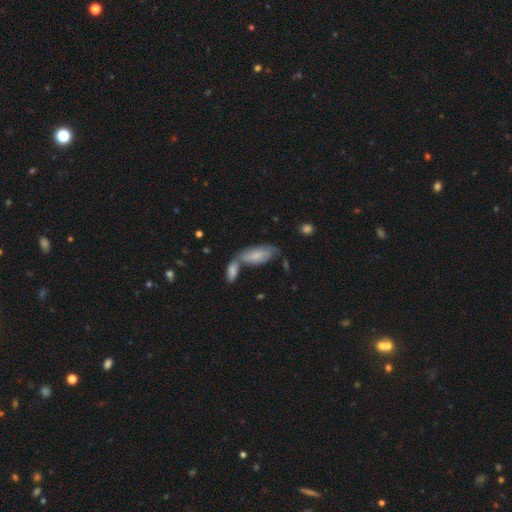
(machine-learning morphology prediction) This appears to be a smooth galaxy with no disk features (62%) that is in between round and cigar-shaped (83%). Merging: merger (41%).